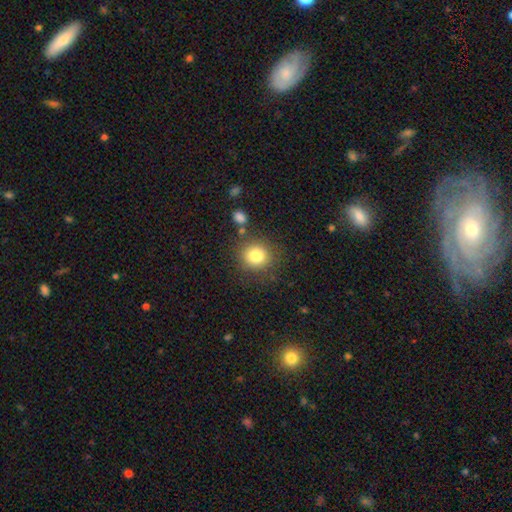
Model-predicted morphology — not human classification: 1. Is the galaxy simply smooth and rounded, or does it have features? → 82% smooth, 11% star or artifact, 8% featured or disk.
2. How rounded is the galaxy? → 85% round, 14% in between, 1% cigar-shaped.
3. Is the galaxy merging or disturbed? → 81% none, 10% minor disturbance, 5% merger, 4% major disturbance.